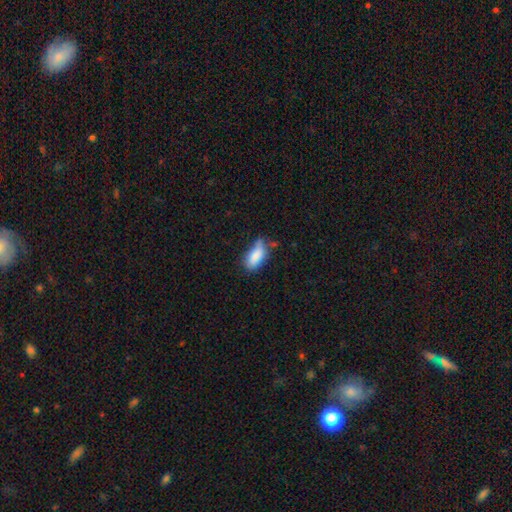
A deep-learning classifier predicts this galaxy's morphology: A smooth galaxy with no disk features (83%) that is in between round and cigar-shaped (87%).

Vote fractions:
- Smooth or featured? smooth: 83% / featured or disk: 10% / star or artifact: 7%
- How rounded? in between: 87% / cigar-shaped: 10% / round: 3%
- Merging? none: 47% / minor disturbance: 37% / major disturbance: 9% / merger: 7%